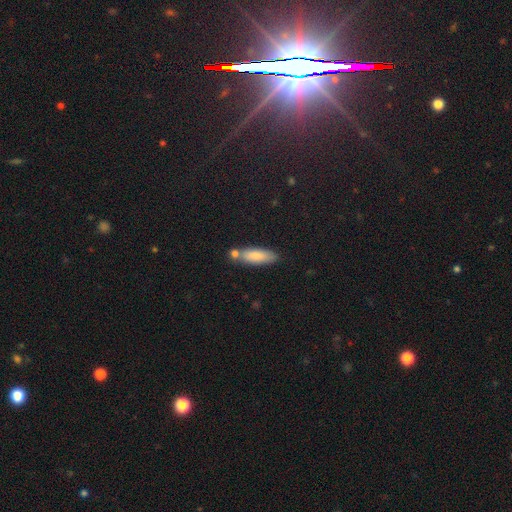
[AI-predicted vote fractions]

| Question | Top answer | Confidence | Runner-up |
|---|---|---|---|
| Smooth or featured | smooth | 81% | featured or disk (13%) |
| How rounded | in between | 52% | cigar-shaped (46%) |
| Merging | none | 67% | merger (16%) |